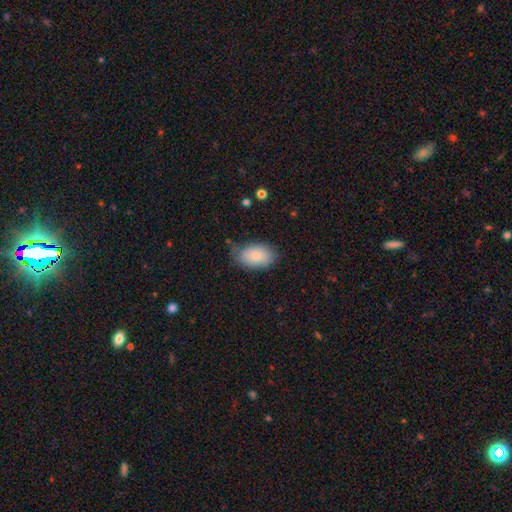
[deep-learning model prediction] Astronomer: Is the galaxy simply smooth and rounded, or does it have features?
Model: smooth — 84%.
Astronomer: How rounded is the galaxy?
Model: in between — 91%.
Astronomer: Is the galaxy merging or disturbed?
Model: none — 73%.